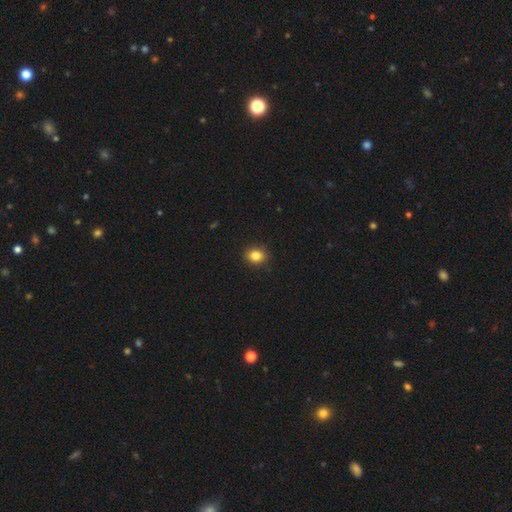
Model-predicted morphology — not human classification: Smooth or featured? smooth (85%)
How rounded? round (56%)
Merging? none (90%)